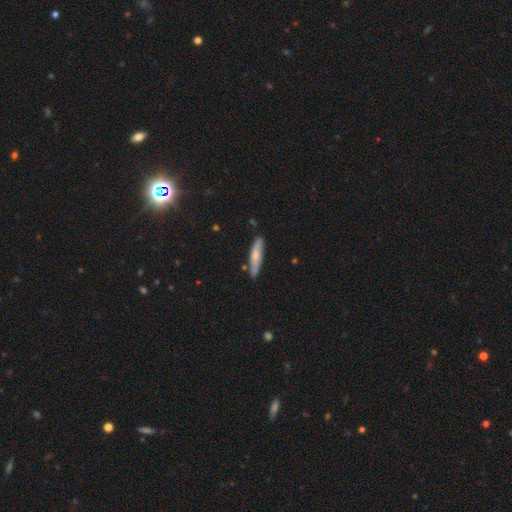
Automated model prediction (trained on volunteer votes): Q: Smooth or featured?
A: smooth (66%); runner-up: featured or disk (29%)
Q: How rounded?
A: cigar-shaped (83%); runner-up: in between (16%)
Q: Merging?
A: none (84%); runner-up: minor disturbance (12%)